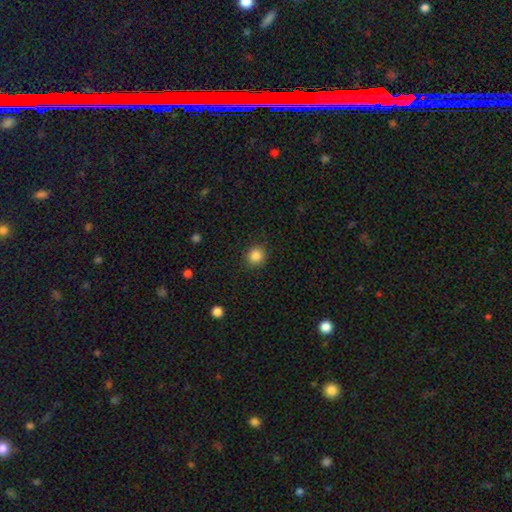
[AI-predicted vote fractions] smooth-or-featured: smooth: 86% | star or artifact: 10% | featured or disk: 4%
  how-rounded: round: 86% | in between: 13% | cigar-shaped: 1%
  merging: none: 89% | minor disturbance: 8% | major disturbance: 3% | merger: 1%